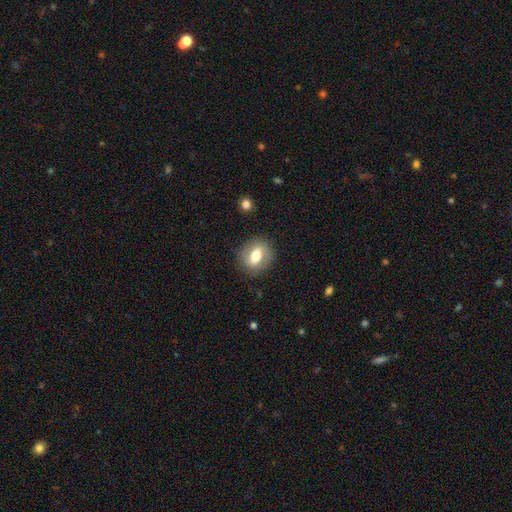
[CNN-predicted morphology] A smooth galaxy with no disk features (60%) that is round (55%). Merging: none (82%).